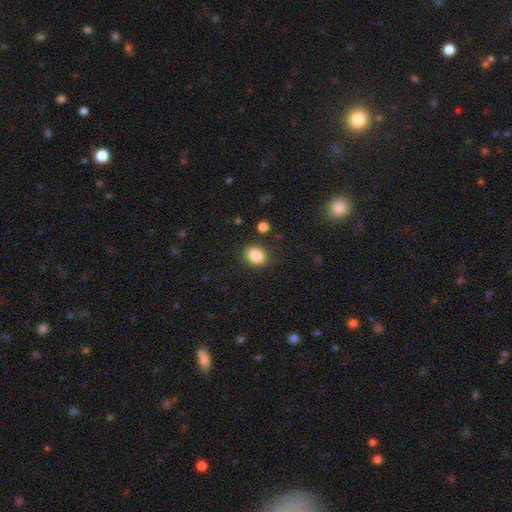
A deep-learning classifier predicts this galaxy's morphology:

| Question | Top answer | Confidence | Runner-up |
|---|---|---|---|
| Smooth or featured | smooth | 86% | star or artifact (9%) |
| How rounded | round | 62% | in between (38%) |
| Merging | none | 86% | minor disturbance (9%) |